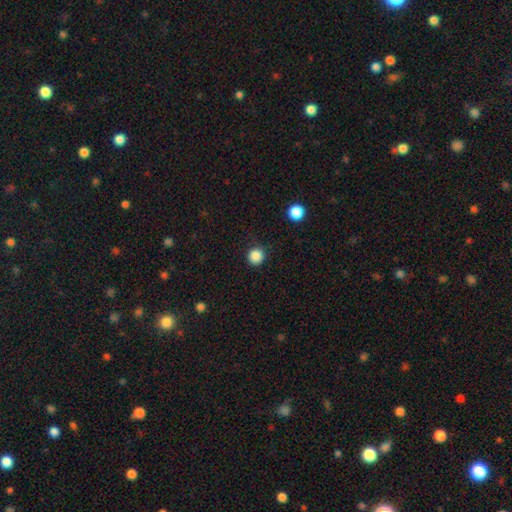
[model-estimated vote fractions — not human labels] A smooth galaxy with no disk features (86%) that is round (95%). Merging: none (88%).